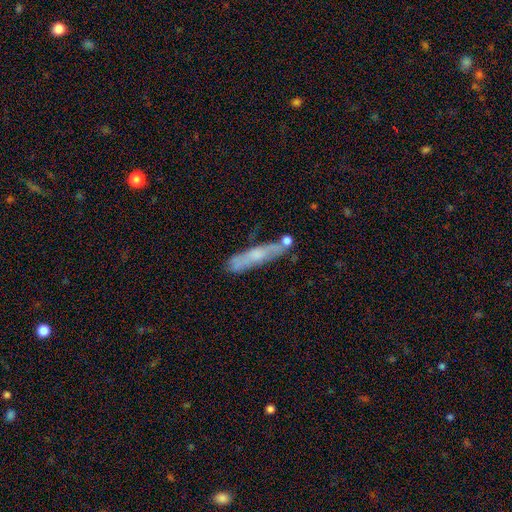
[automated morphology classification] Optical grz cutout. It shows a featured or disk galaxy (46%, tied with smooth). Merging: none (63%).